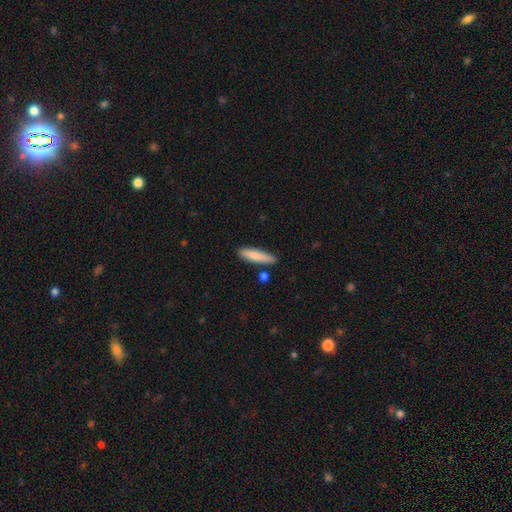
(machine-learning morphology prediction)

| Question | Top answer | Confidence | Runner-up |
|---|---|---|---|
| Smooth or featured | smooth | 82% | featured or disk (13%) |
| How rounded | cigar-shaped | 77% | in between (21%) |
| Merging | none | 81% | minor disturbance (12%) |